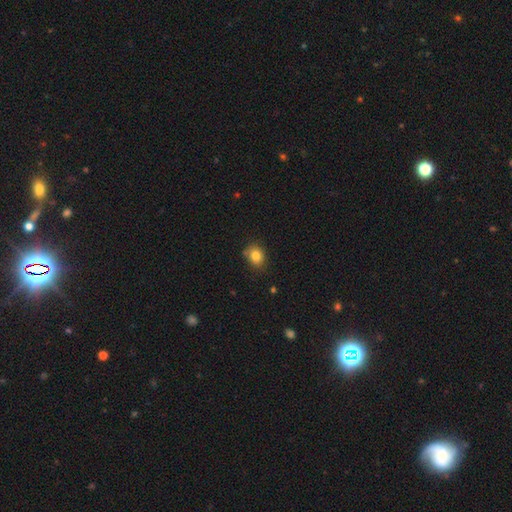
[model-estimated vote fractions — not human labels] Smooth or featured? smooth (82%)
How rounded? round (58%)
Merging? none (77%)